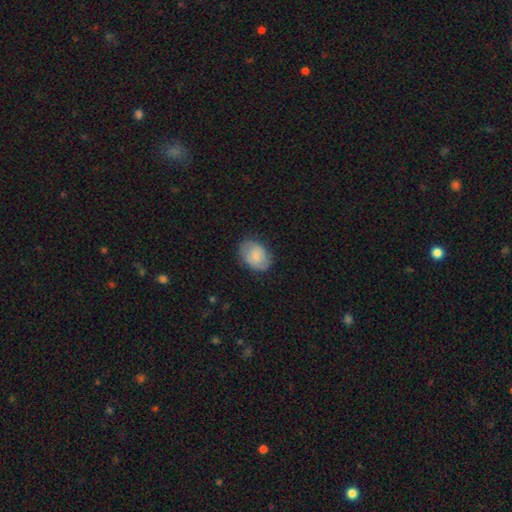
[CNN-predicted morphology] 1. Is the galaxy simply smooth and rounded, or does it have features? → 72% smooth, 21% featured or disk, 7% star or artifact.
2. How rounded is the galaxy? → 75% in between, 24% round, 1% cigar-shaped.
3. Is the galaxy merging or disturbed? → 76% none, 19% minor disturbance, 5% major disturbance, 1% merger.